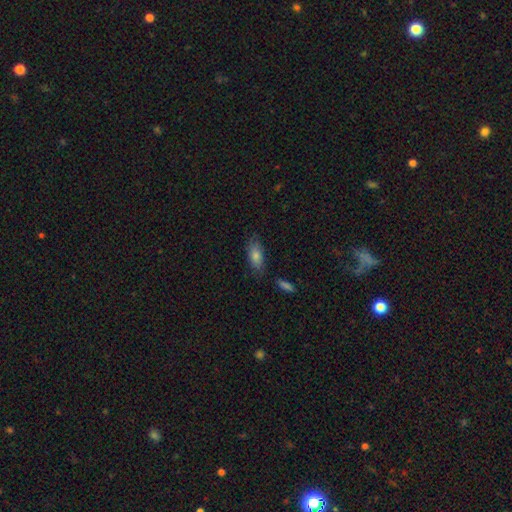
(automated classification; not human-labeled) Q: Smooth or featured?
A: smooth (74%); runner-up: featured or disk (18%)
Q: How rounded?
A: in between (79%); runner-up: cigar-shaped (18%)
Q: Merging?
A: none (77%); runner-up: minor disturbance (17%)